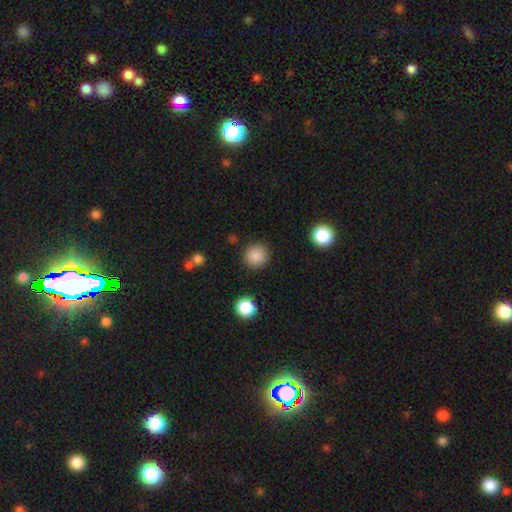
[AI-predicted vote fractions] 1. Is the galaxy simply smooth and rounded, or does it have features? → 87% smooth, 9% star or artifact, 4% featured or disk.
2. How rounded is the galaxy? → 94% round, 5% in between, 1% cigar-shaped.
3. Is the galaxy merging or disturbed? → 89% none, 7% minor disturbance, 3% major disturbance, 2% merger.